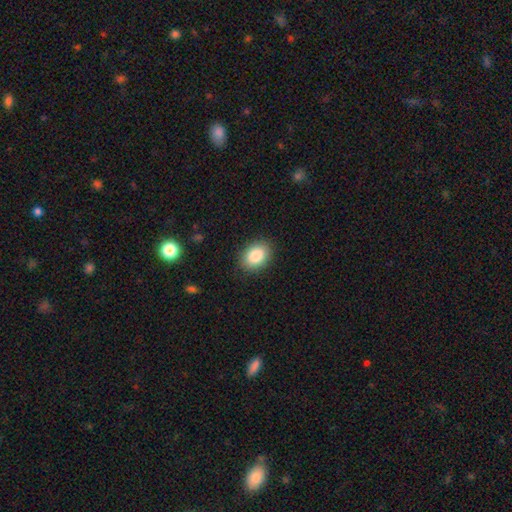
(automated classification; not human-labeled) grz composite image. It shows a smooth galaxy with no disk features (87%) that is in between round and cigar-shaped (74%). Merging: none (88%).